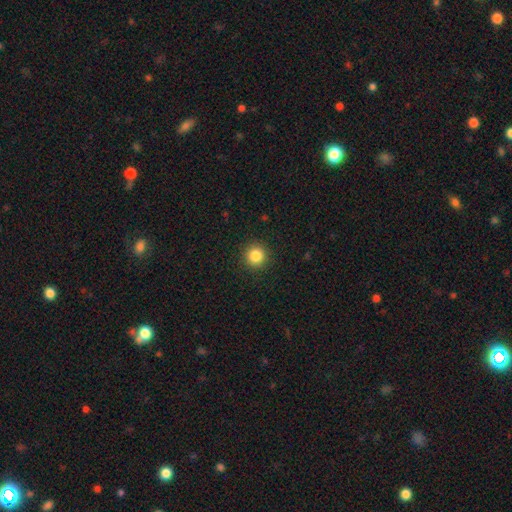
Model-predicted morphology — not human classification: This appears to be a smooth galaxy with no disk features (85%) that is round (95%). Merging: none (92%).